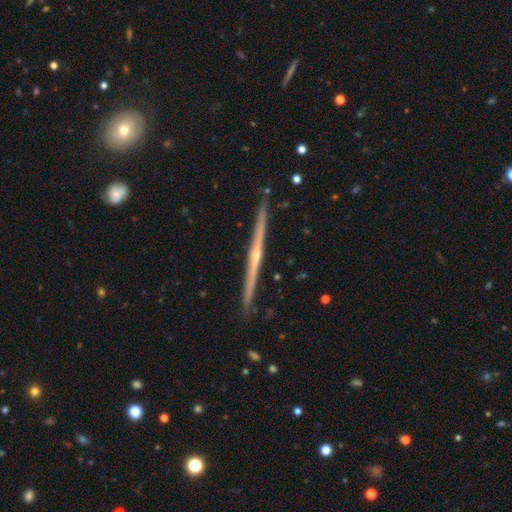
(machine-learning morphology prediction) featured or disk 86%, smooth 10%, star or artifact 5%. Down the decision tree: edge-on disk — yes (98%); edge-on bulge — rounded (78%); merging — none (92%).